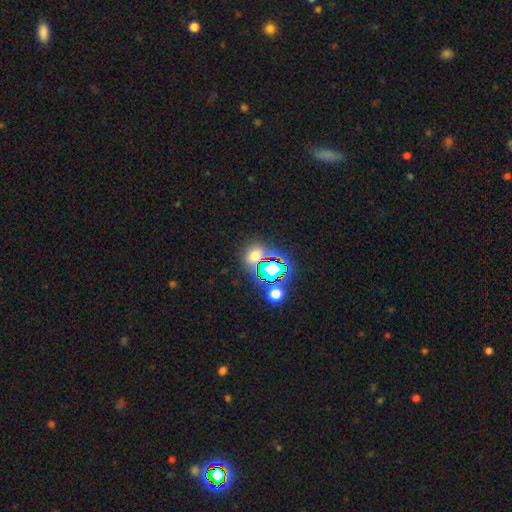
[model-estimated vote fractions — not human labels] A smooth galaxy with no disk features (52%) that is round (65%).

Vote fractions:
- Smooth or featured? smooth: 52% / star or artifact: 38% / featured or disk: 9%
- How rounded? round: 65% / in between: 34% / cigar-shaped: 1%
- Merging? none: 69% / merger: 16% / minor disturbance: 10% / major disturbance: 5%